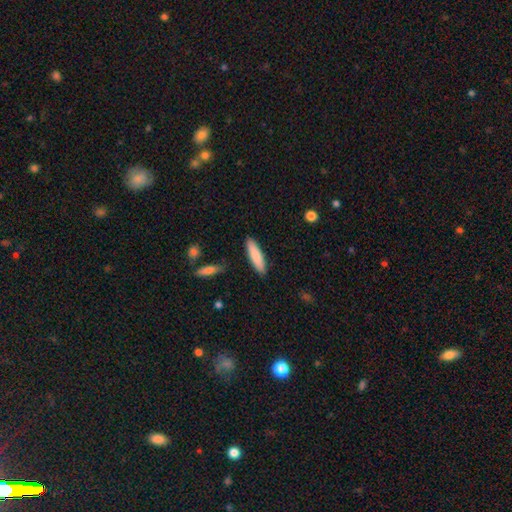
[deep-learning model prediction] Q: Smooth or featured?
A: smooth (82%); runner-up: featured or disk (12%)
Q: How rounded?
A: cigar-shaped (67%); runner-up: in between (31%)
Q: Merging?
A: none (88%); runner-up: minor disturbance (8%)